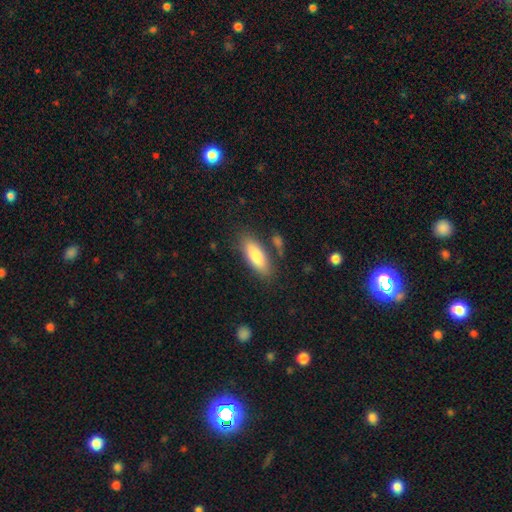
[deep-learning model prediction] smooth 82%, featured or disk 12%, star or artifact 6%. Down the decision tree: how rounded — in between (66%); merging — none (78%).